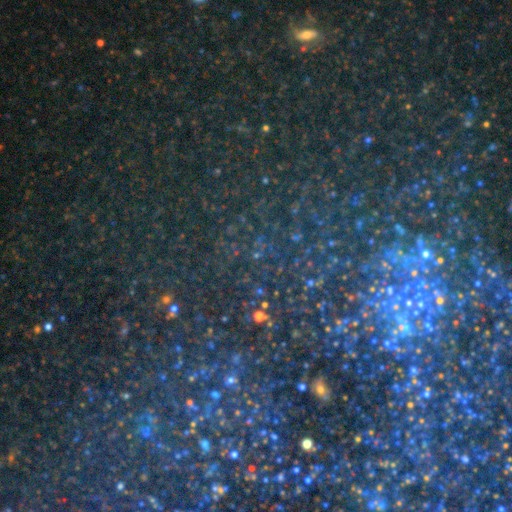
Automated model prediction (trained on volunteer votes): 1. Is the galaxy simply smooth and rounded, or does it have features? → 81% star or artifact, 12% smooth, 8% featured or disk.